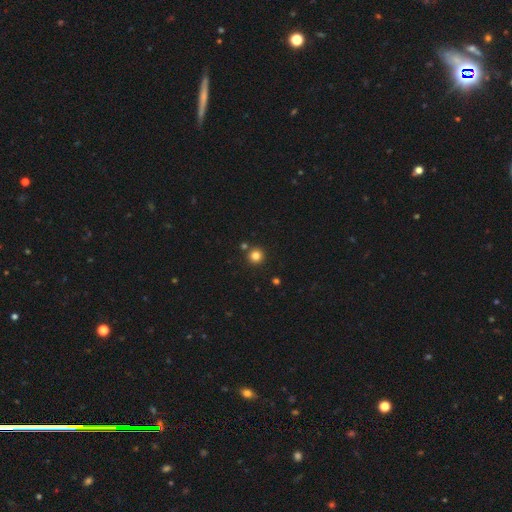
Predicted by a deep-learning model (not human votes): smooth_or_featured: smooth (p=0.82) [alt: star or artifact p=0.14]
how_rounded: round (p=0.95) [alt: in between p=0.04]
merging: none (p=0.86) [alt: merger p=0.07]